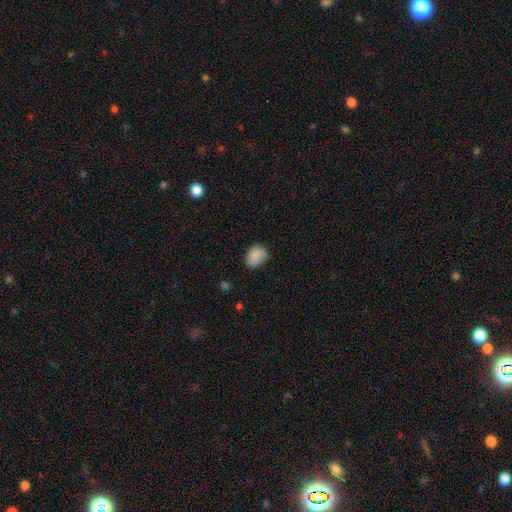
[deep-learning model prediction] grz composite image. It shows a smooth galaxy with no disk features (84%) that is in between round and cigar-shaped (64%). Merging: none (65%).